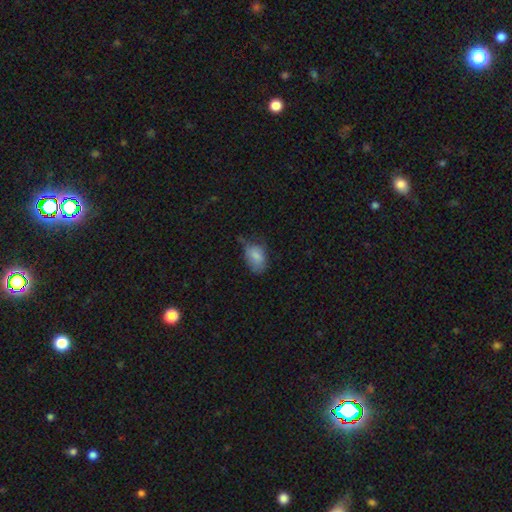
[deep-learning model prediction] Smooth or featured?
  - smooth: 81% *
  - featured or disk: 11%
  - star or artifact: 8%
How rounded?
  - in between: 85% *
  - round: 14%
  - cigar-shaped: 1%
Merging?
  - none: 43% *
  - minor disturbance: 39%
  - major disturbance: 15%
  - merger: 3%